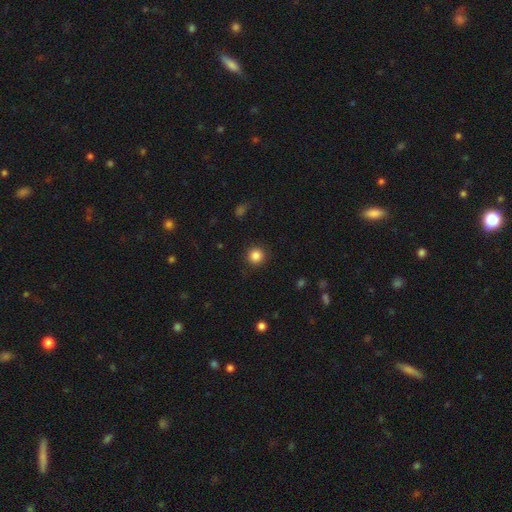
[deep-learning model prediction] This appears to be a smooth galaxy with no disk features (85%) that is round (94%). Merging: none (91%).